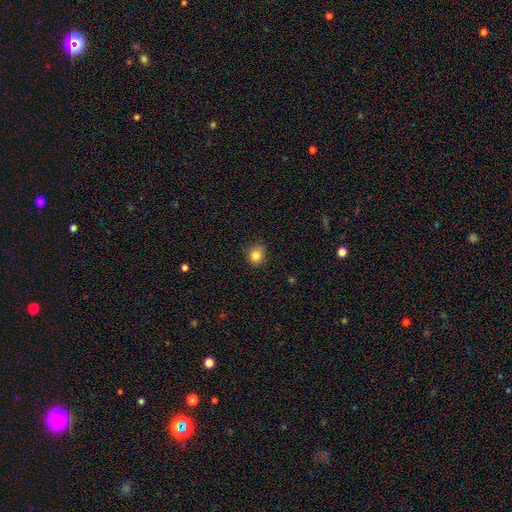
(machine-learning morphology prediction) Smooth or featured: smooth — 83% (star or artifact — 11%)
How rounded: round — 70% (in between — 29%)
Merging: none — 75% (minor disturbance — 20%)